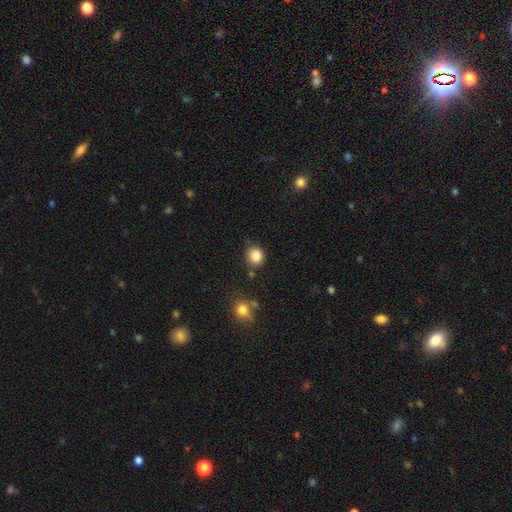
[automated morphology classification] The model was most divided on "how rounded": round: 75%, in between: 24%, cigar-shaped: 1%. More confident: smooth or featured — smooth (85%); merging — none (77%).